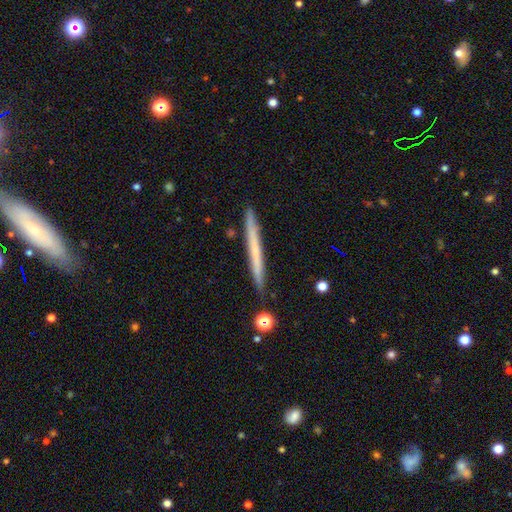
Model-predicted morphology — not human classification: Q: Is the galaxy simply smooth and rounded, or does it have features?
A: smooth — 51%.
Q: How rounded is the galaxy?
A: cigar-shaped — 97%.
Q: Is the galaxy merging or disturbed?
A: none — 90%.